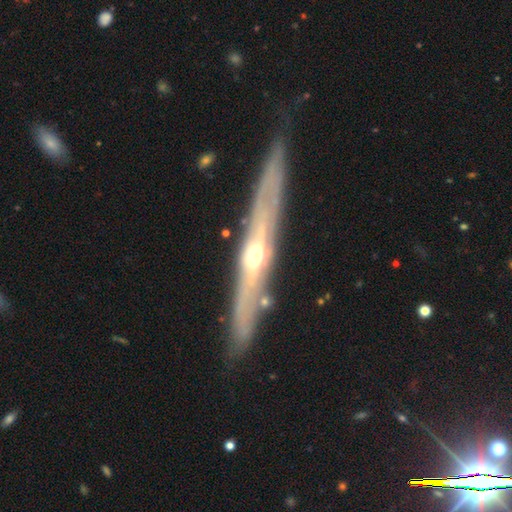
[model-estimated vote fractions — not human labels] Morphology: type=featured or disk (80%); edge-on=yes (86%); edge-on bulge=rounded (82%); merging=none (83%).